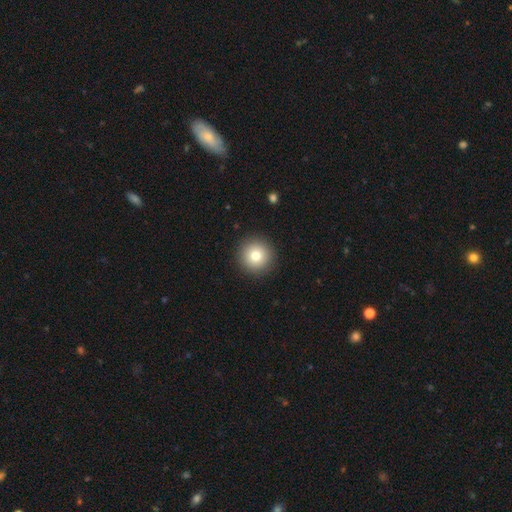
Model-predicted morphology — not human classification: The model was most divided on "smooth or featured": smooth: 78%, featured or disk: 11%, star or artifact: 11%. More confident: how rounded — round (96%); merging — none (92%).